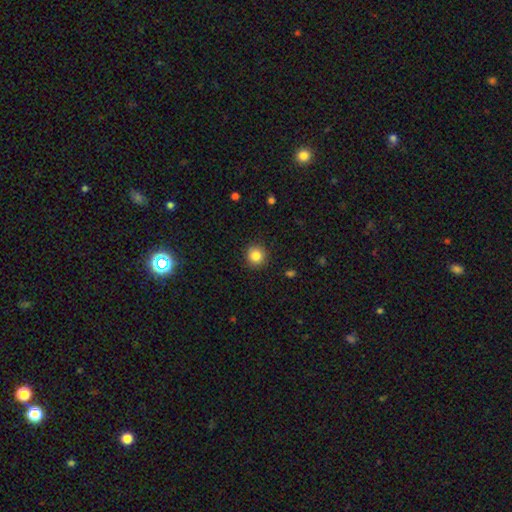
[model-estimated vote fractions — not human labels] Overall: smooth (84%). How rounded: round (93%). Merging: none (91%).